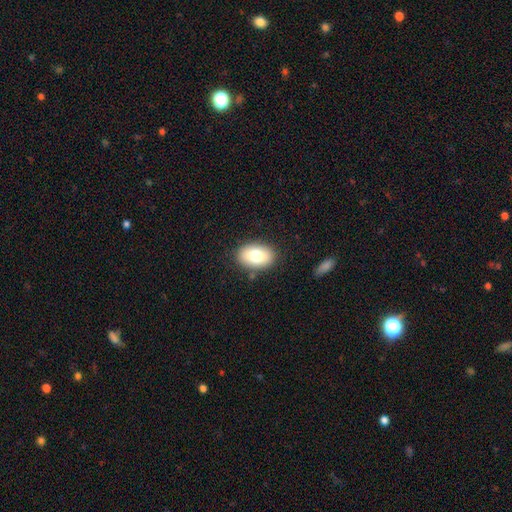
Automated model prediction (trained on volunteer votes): This is likely a smooth galaxy (77%). How rounded: clearly in between (86%). Merging: clearly none (85%).